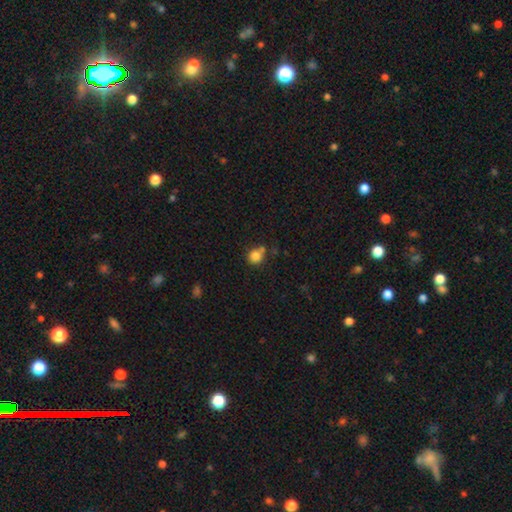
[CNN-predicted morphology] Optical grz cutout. It shows a smooth galaxy with no disk features (83%) that is round (84%). Merging: none (58%).